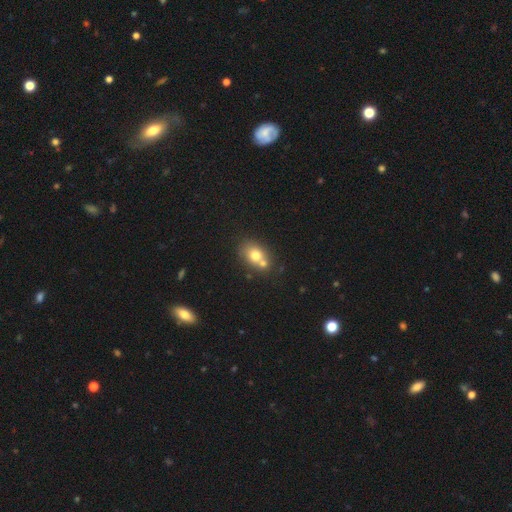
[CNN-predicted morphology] Smooth or featured? Predicted: smooth (p=0.71). How rounded? Predicted: in between (p=0.58). Merging? Predicted: none (p=0.44).